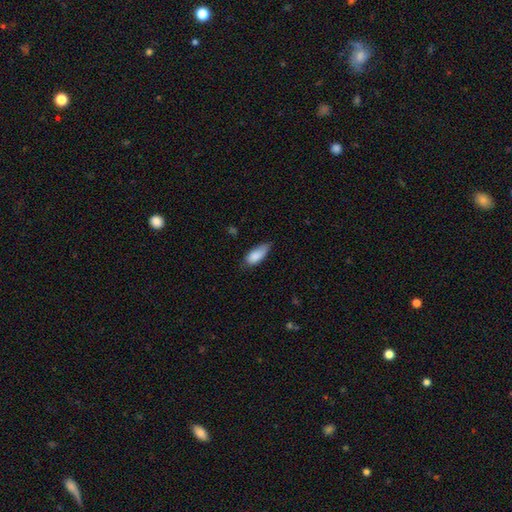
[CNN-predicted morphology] Smooth or featured: smooth — 85% (featured or disk — 8%)
How rounded: in between — 84% (cigar-shaped — 14%)
Merging: none — 52% (minor disturbance — 39%)